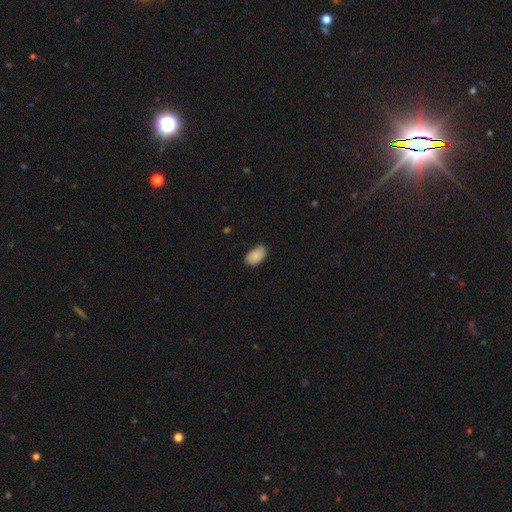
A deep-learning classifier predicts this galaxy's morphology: Overall: smooth (89%). How rounded: in between (93%). Merging: none (77%).